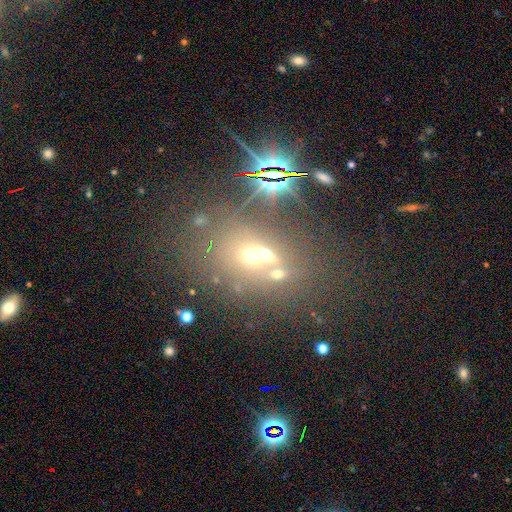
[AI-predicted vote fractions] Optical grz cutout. It shows a smooth galaxy with no disk features (41%). Merging: merger (48%).